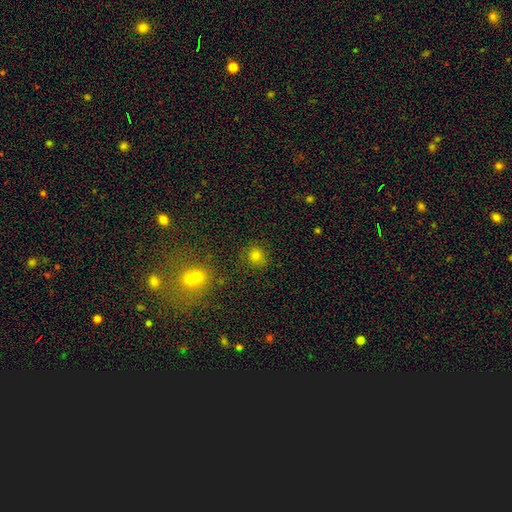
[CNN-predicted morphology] This is likely a smooth galaxy (77%). How rounded: clearly round (83%). Merging: clearly none (80%).